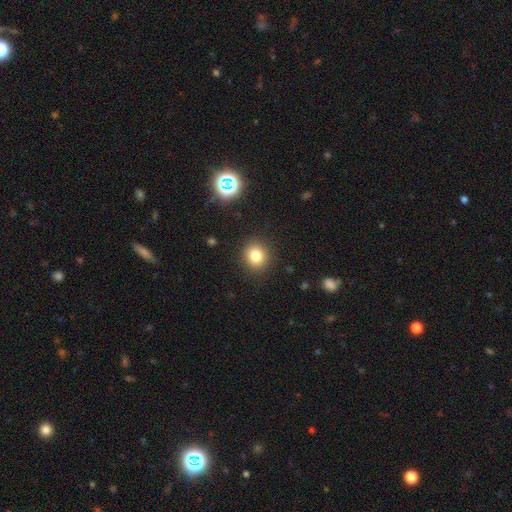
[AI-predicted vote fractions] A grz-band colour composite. It shows a smooth galaxy with no disk features (80%) that is round (81%). Merging: none (90%).